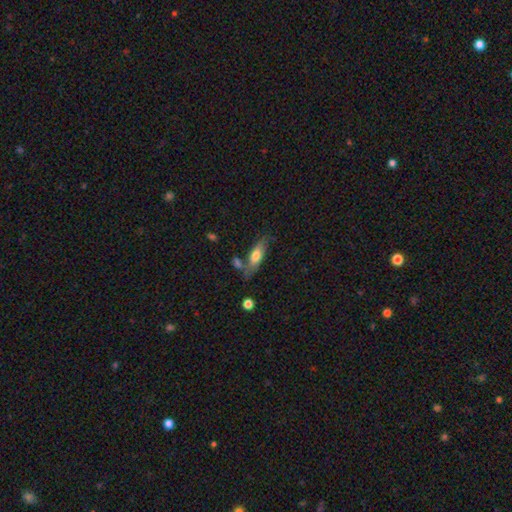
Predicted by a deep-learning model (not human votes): This appears to be a smooth galaxy with no disk features (62%) that is in between round and cigar-shaped (53%). Merging: none (64%).